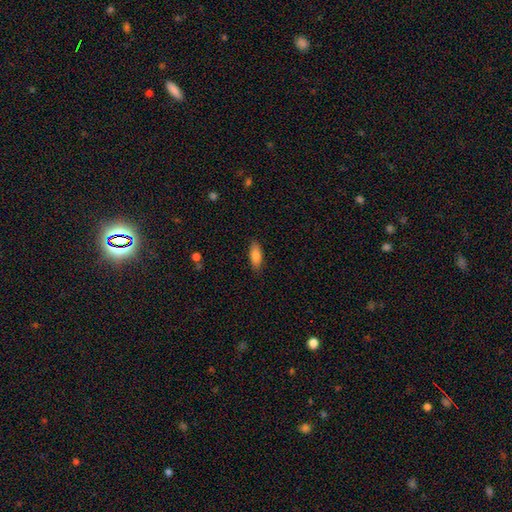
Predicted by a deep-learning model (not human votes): Smooth or featured?
  - smooth: 82% *
  - featured or disk: 11%
  - star or artifact: 7%
How rounded?
  - in between: 73% *
  - cigar-shaped: 25%
  - round: 2%
Merging?
  - none: 86% *
  - minor disturbance: 10%
  - major disturbance: 2%
  - merger: 1%